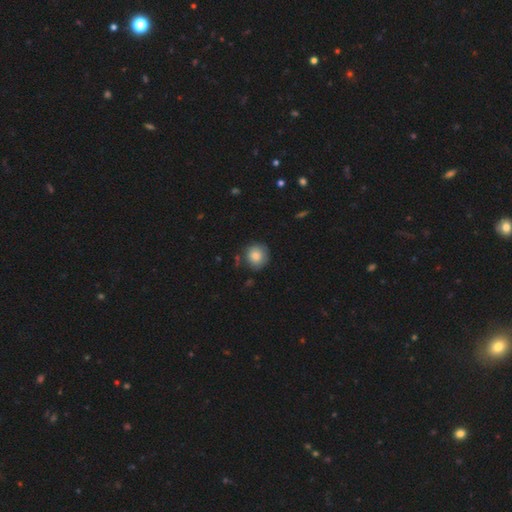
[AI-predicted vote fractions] Morphology: type=smooth (82%); roundness=round (88%); merging=none (74%).